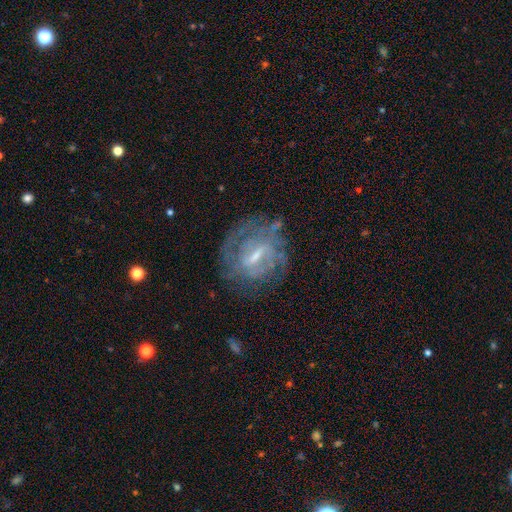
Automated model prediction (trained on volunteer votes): This appears to be a featured or disk galaxy (77%) with a weak bar (49%), tight (58%) spiral arms (78%) and a small central bulge (51%). Merging: none (67%).